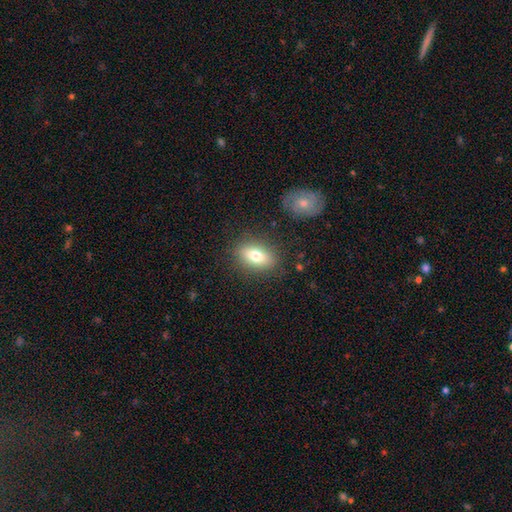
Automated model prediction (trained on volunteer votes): Q: Smooth or featured?
A: smooth (73%); runner-up: featured or disk (18%)
Q: How rounded?
A: in between (81%); runner-up: round (13%)
Q: Merging?
A: none (85%); runner-up: minor disturbance (10%)